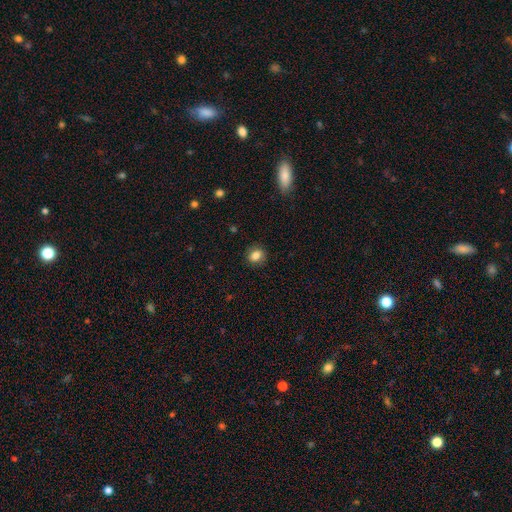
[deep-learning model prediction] A smooth galaxy with no disk features (83%) that is round (70%).

Vote fractions:
- Smooth or featured? smooth: 83% / star or artifact: 10% / featured or disk: 7%
- How rounded? round: 70% / in between: 29% / cigar-shaped: 1%
- Merging? none: 88% / minor disturbance: 9% / major disturbance: 2% / merger: 1%